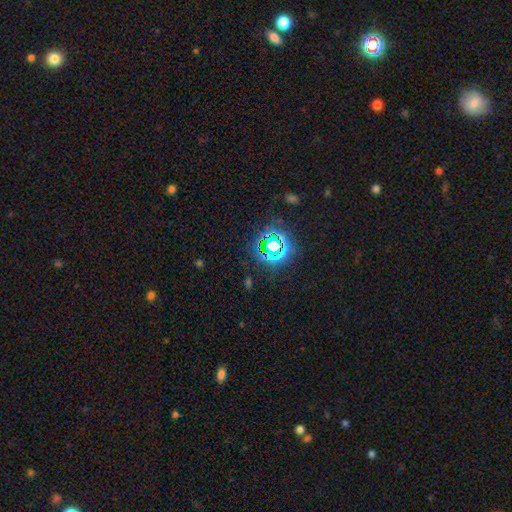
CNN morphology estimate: type=star or artifact (75%).